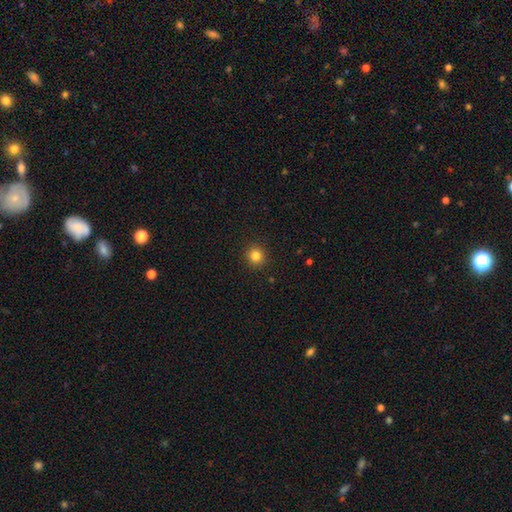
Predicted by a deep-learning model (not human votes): Smooth or featured? smooth (83%)
How rounded? round (94%)
Merging? none (92%)